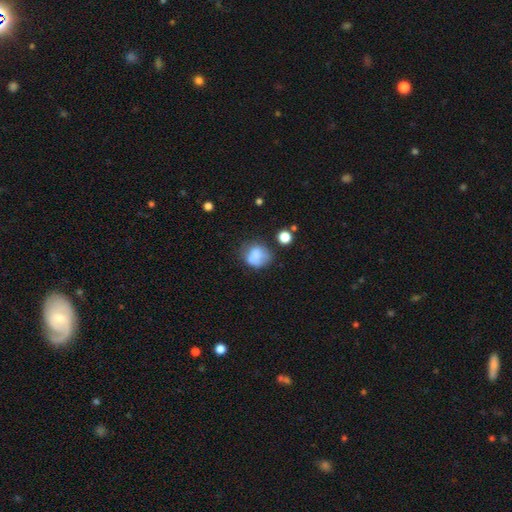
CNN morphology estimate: Smooth or featured? Predicted: smooth (p=0.72). How rounded? Predicted: round (p=0.69). Merging? Predicted: none (p=0.45).